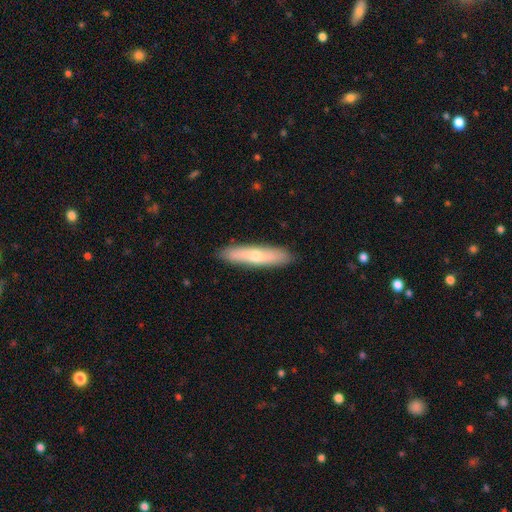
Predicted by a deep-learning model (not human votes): Smooth or featured?
  - smooth: 60% *
  - featured or disk: 35%
  - star or artifact: 5%
How rounded?
  - cigar-shaped: 82% *
  - in between: 17%
  - round: 2%
Merging?
  - none: 88% *
  - minor disturbance: 9%
  - major disturbance: 2%
  - merger: 1%